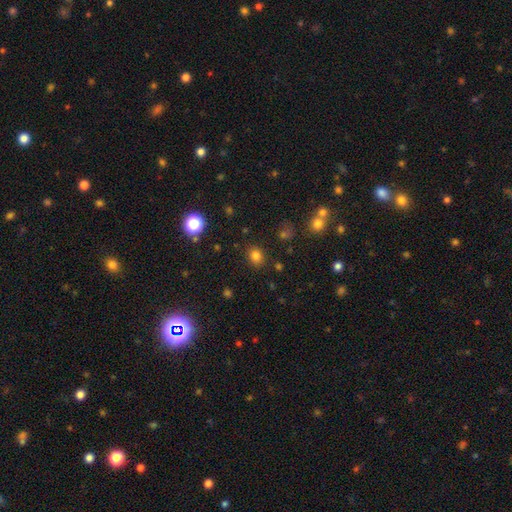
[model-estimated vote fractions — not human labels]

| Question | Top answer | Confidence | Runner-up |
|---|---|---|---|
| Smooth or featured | smooth | 79% | star or artifact (16%) |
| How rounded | round | 65% | in between (34%) |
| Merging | none | 85% | minor disturbance (9%) |